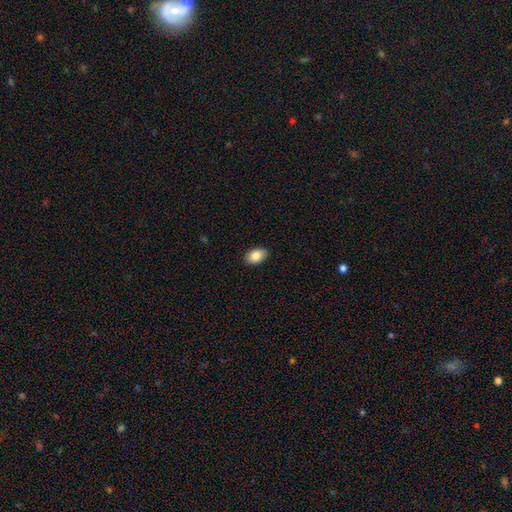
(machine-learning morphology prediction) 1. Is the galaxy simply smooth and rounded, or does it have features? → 86% smooth, 7% star or artifact, 6% featured or disk.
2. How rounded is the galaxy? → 88% in between, 11% round, 1% cigar-shaped.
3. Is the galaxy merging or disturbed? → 89% none, 8% minor disturbance, 2% major disturbance, 1% merger.